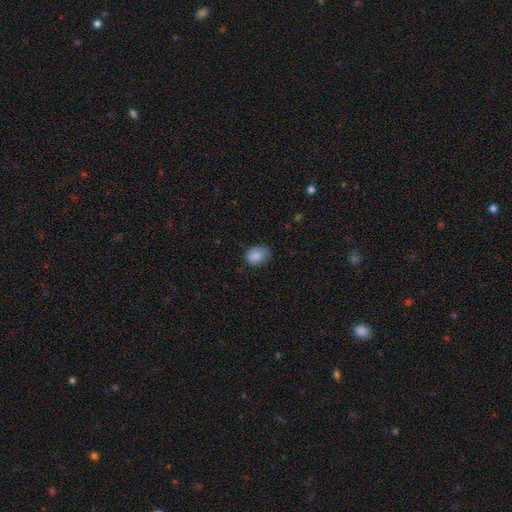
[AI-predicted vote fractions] A smooth galaxy with no disk features (86%) that is in between round and cigar-shaped (64%).

Vote fractions:
- Smooth or featured? smooth: 86% / star or artifact: 8% / featured or disk: 6%
- How rounded? in between: 64% / round: 35% / cigar-shaped: 1%
- Merging? none: 64% / minor disturbance: 29% / major disturbance: 6% / merger: 1%